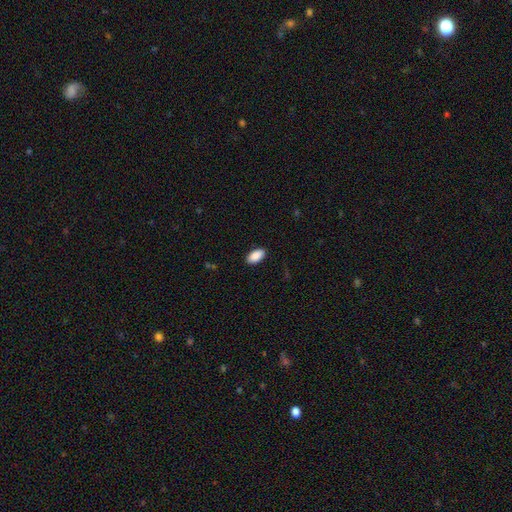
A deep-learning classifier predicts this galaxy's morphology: smooth_or_featured: smooth (p=0.90) [alt: star or artifact p=0.07]
how_rounded: in between (p=0.94) [alt: cigar-shaped p=0.03]
merging: none (p=0.88) [alt: minor disturbance p=0.09]